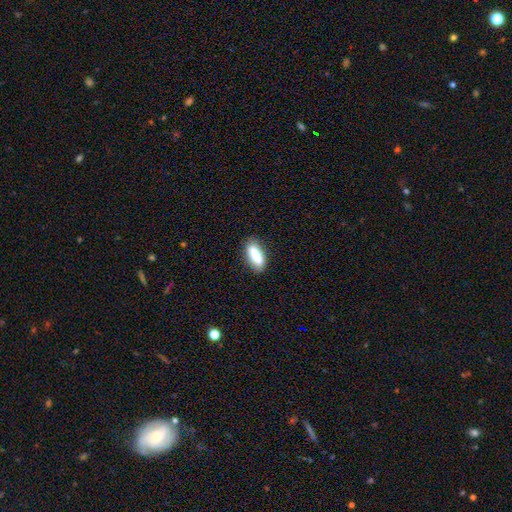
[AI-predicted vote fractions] Smooth or featured? smooth (75%)
How rounded? in between (74%)
Merging? none (84%)